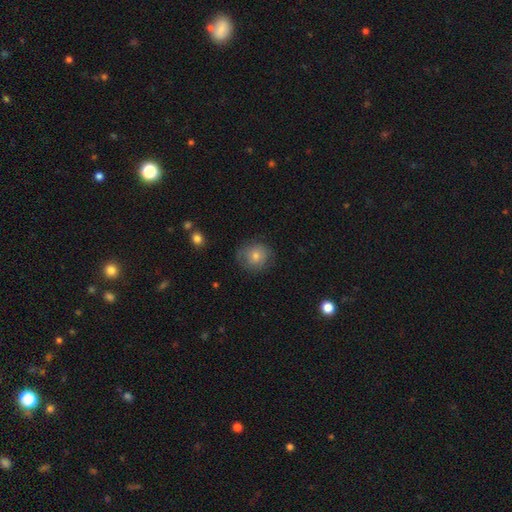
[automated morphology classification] This appears to be a smooth galaxy with no disk features (70%) that is round (83%). Merging: none (72%).